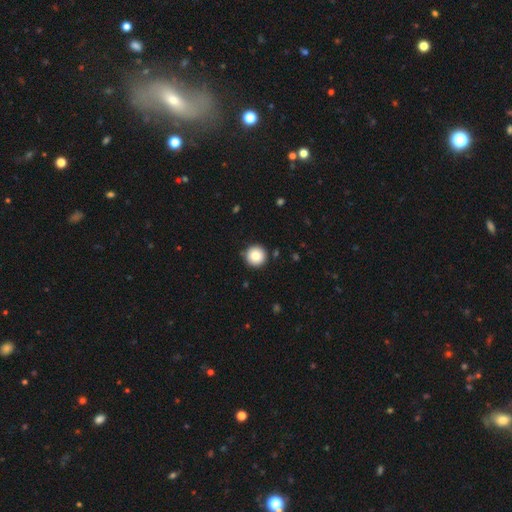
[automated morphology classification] This appears to be a smooth galaxy with no disk features (83%) that is round (96%). Merging: none (90%).